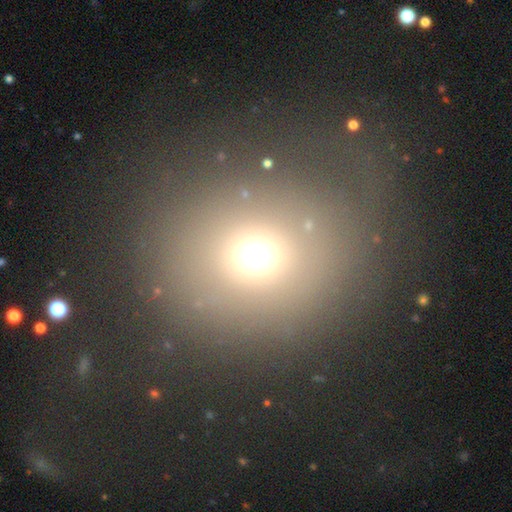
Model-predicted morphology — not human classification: Smooth or featured: smooth — 65% (star or artifact — 22%)
How rounded: round — 80% (in between — 19%)
Merging: none — 69% (major disturbance — 14%)